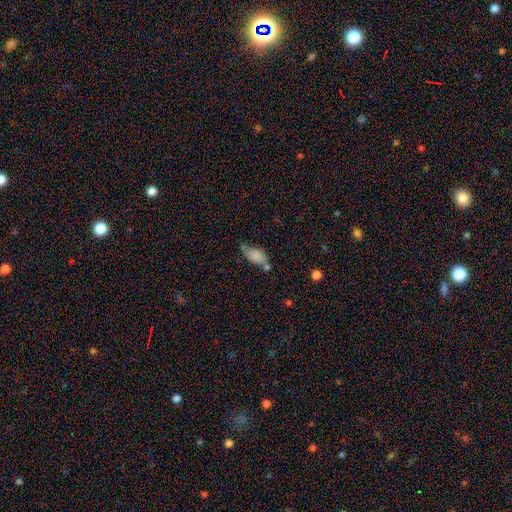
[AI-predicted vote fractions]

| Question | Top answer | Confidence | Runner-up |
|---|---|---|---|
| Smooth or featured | smooth | 77% | featured or disk (14%) |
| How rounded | in between | 90% | round (5%) |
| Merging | none | 38% | minor disturbance (29%) |